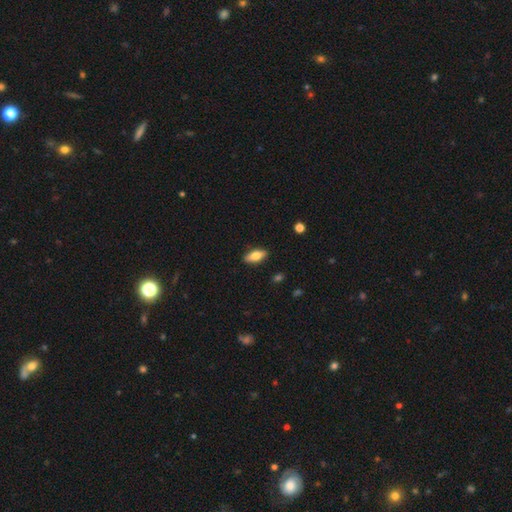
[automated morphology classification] A smooth galaxy with no disk features (70%) that is in between round and cigar-shaped (77%).

Vote fractions:
- Smooth or featured? smooth: 70% / featured or disk: 23% / star or artifact: 7%
- How rounded? in between: 77% / cigar-shaped: 20% / round: 3%
- Merging? none: 89% / minor disturbance: 8% / major disturbance: 2% / merger: 1%